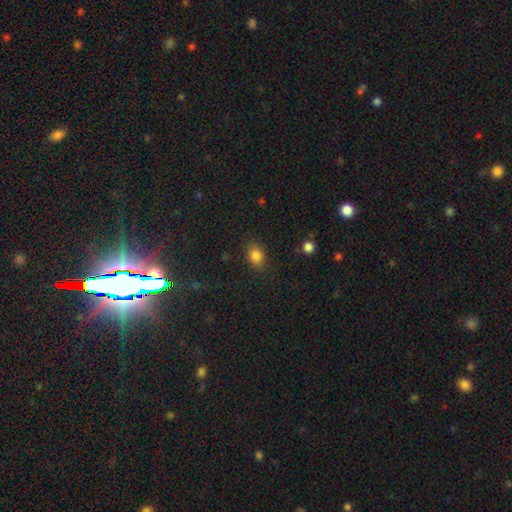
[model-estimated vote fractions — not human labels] Smooth or featured? Predicted: smooth (p=0.84). How rounded? Predicted: in between (p=0.66). Merging? Predicted: none (p=0.84).